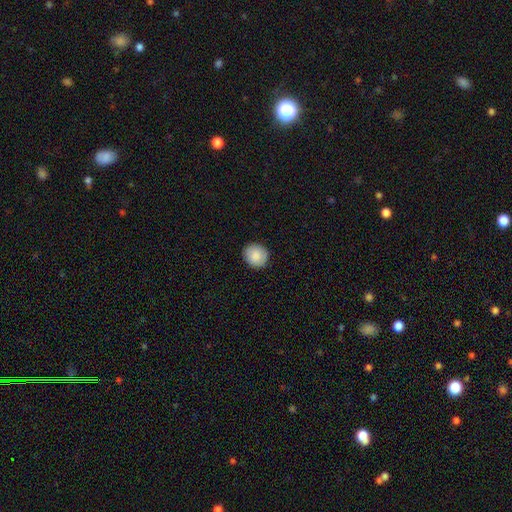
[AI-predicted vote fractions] The model was most divided on "how rounded": round: 87%, in between: 12%, cigar-shaped: 1%. More confident: merging — none (90%); smooth or featured — smooth (88%).